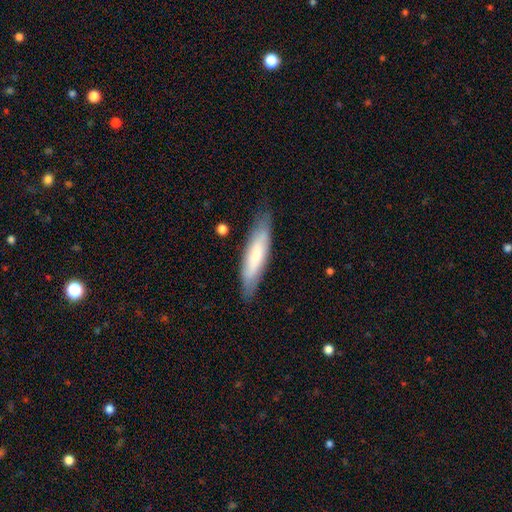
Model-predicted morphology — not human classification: Smooth or featured? smooth (59%)
How rounded? cigar-shaped (73%)
Merging? none (82%)